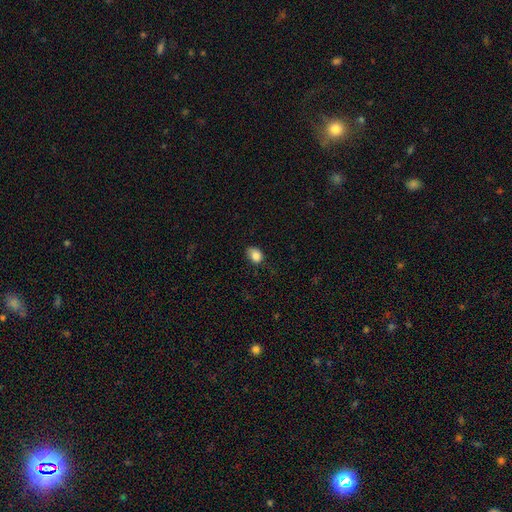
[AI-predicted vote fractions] A smooth galaxy with no disk features (86%) that is in between round and cigar-shaped (58%). Merging: none (66%).